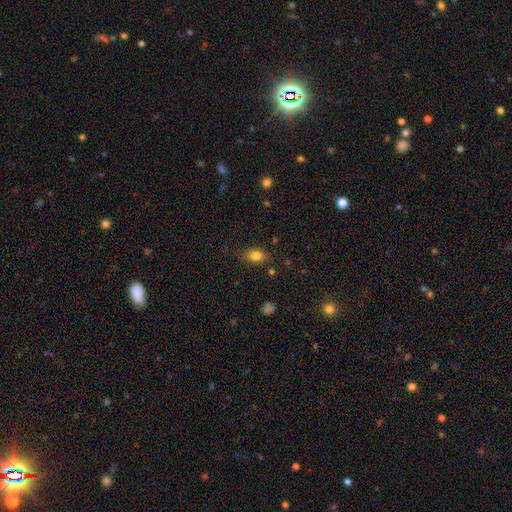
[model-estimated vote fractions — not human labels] Smooth or featured: smooth — 81% (star or artifact — 10%)
How rounded: in between — 74% (round — 23%)
Merging: none — 78% (minor disturbance — 16%)